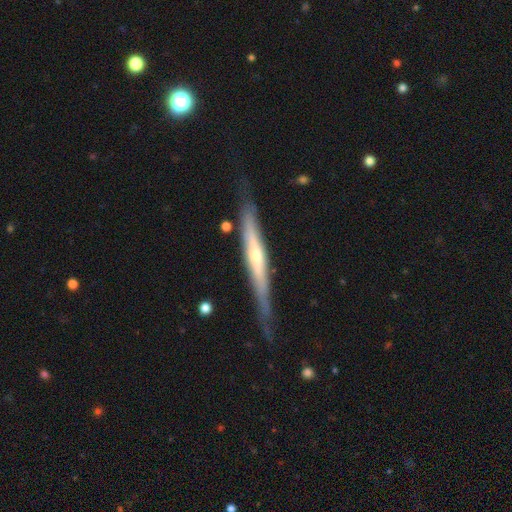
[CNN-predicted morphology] Overall: featured or disk (70%). Edge-on disk: yes (93%). Edge-on bulge: rounded (63%; none 31%). Merging: none (72%).